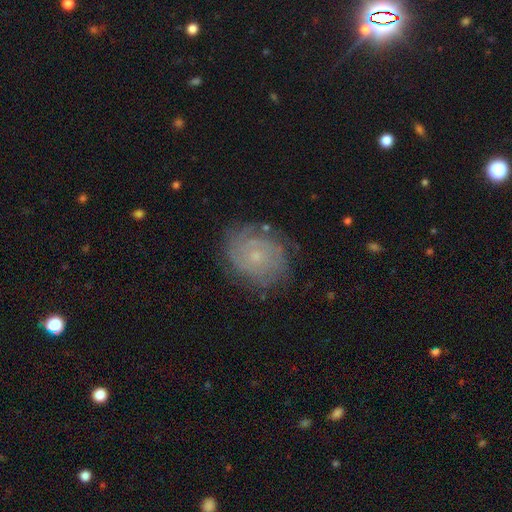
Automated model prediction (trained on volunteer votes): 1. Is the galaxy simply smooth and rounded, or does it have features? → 73% featured or disk, 18% smooth, 9% star or artifact.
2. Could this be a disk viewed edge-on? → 97% no, 3% yes.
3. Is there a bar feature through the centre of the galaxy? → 81% no, 16% weak, 3% strong.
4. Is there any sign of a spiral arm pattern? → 92% yes, 8% no.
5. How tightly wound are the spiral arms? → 74% tight, 20% medium, 6% loose.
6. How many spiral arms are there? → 42% can't tell, 21% 2, 14% 3, 10% 4, 7% more than 4, 6% 1.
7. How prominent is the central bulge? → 80% small, 14% moderate, 4% none, 1% large, 1% dominant.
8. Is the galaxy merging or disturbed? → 78% none, 15% minor disturbance, 6% major disturbance, 1% merger.